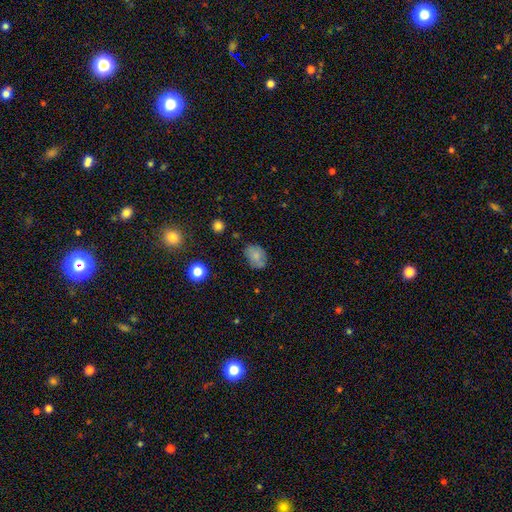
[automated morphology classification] The model was most divided on "merging": none: 71%, minor disturbance: 21%, major disturbance: 5%, merger: 3%. More confident: how rounded — in between (77%); smooth or featured — smooth (76%).